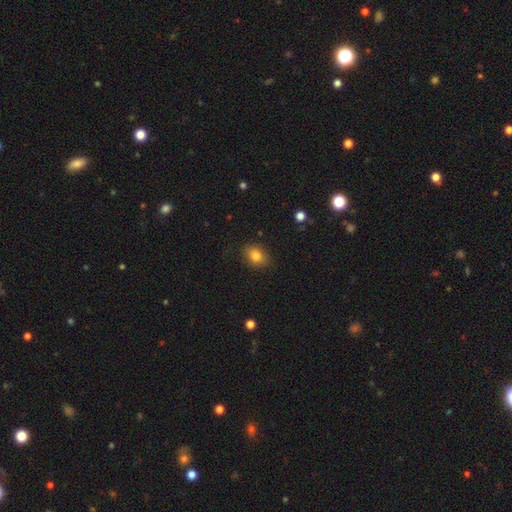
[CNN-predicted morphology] The model was most divided on "how rounded": in between: 65%, round: 34%, cigar-shaped: 1%. More confident: merging — none (84%); smooth or featured — smooth (83%).